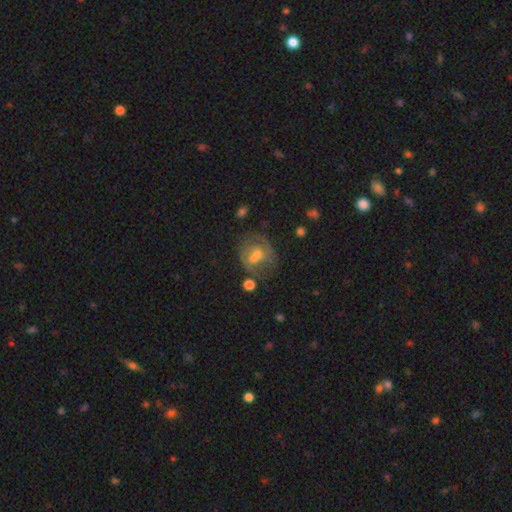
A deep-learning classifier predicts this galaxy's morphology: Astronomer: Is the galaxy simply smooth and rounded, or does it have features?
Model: featured or disk — 54% (runner-up: smooth, 35%).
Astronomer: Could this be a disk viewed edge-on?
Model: no — 97%.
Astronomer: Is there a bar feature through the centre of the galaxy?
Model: no — 51% (runner-up: weak, 38%).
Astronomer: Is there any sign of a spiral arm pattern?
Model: yes — 56% (runner-up: no, 44%).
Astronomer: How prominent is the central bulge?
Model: moderate — 45% (runner-up: small, 31%).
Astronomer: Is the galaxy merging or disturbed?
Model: none — 42% (runner-up: minor disturbance, 20%).